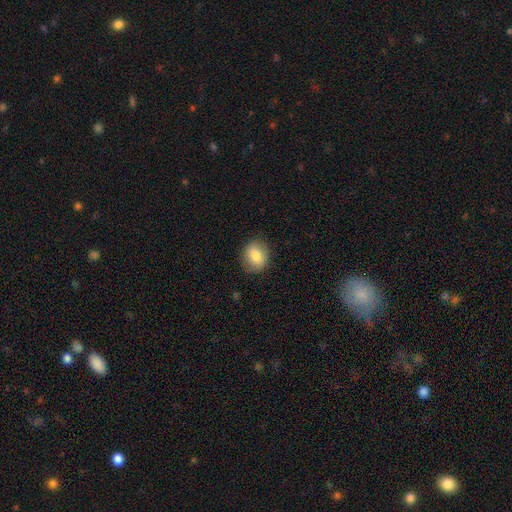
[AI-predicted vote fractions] The model was most divided on "how rounded": round: 56%, in between: 43%, cigar-shaped: 1%. More confident: merging — none (83%); smooth or featured — smooth (82%).